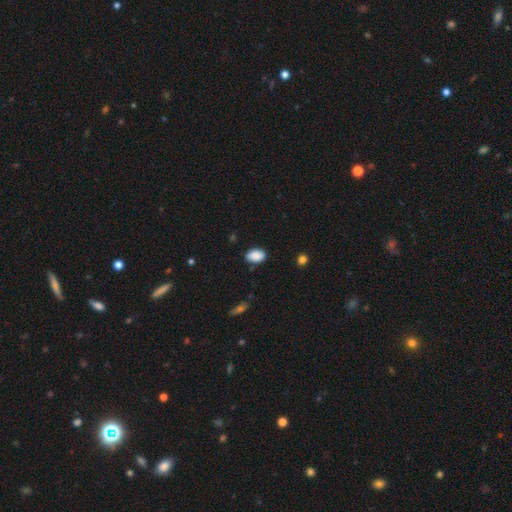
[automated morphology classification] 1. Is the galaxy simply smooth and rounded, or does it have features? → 88% smooth, 7% star or artifact, 5% featured or disk.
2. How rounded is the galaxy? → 87% in between, 11% round, 1% cigar-shaped.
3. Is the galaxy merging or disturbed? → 82% none, 14% minor disturbance, 2% major disturbance, 1% merger.